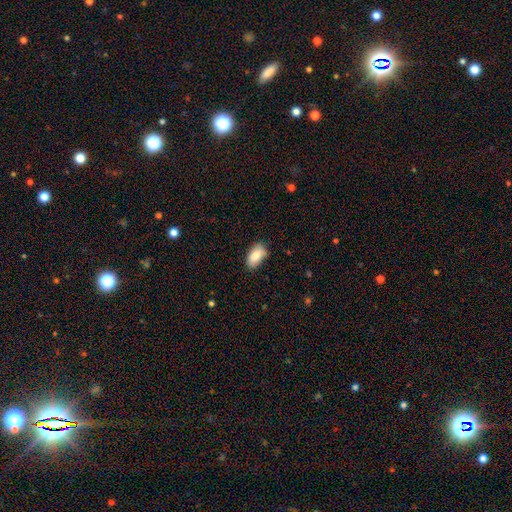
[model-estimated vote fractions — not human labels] A smooth galaxy with no disk features (84%) that is in between round and cigar-shaped (93%). Merging: none (78%).